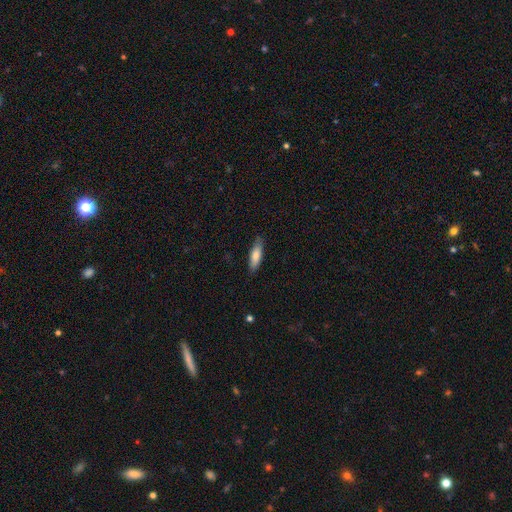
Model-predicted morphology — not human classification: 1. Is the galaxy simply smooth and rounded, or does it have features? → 76% smooth, 18% featured or disk, 6% star or artifact.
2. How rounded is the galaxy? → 54% cigar-shaped, 44% in between, 2% round.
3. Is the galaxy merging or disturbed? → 84% none, 13% minor disturbance, 2% major disturbance, 1% merger.